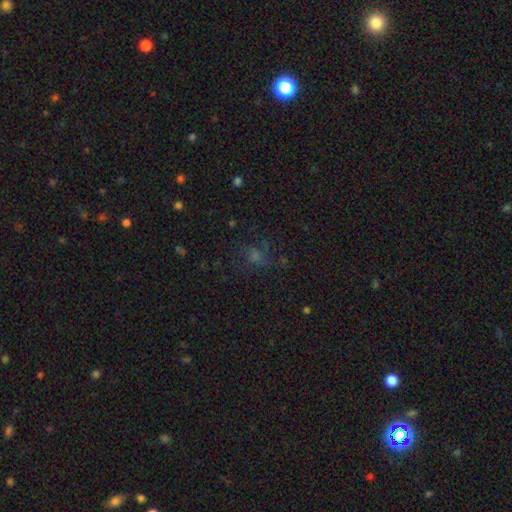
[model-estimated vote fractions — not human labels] This appears to be a star or artifact, not a galaxy (43%).